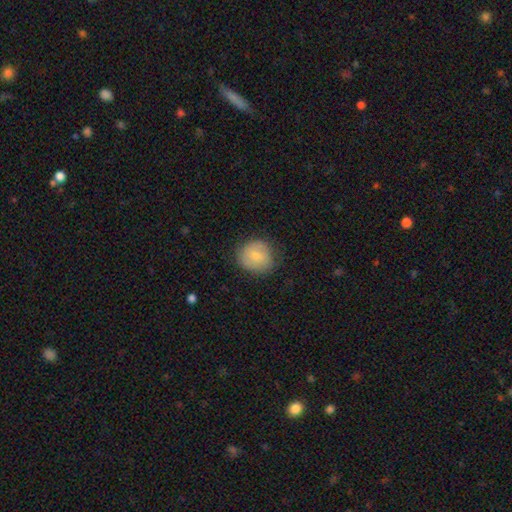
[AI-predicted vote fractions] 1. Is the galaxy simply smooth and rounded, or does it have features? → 73% smooth, 19% featured or disk, 8% star or artifact.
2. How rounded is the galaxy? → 87% round, 13% in between, 1% cigar-shaped.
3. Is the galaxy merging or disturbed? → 76% none, 18% minor disturbance, 5% major disturbance, 1% merger.